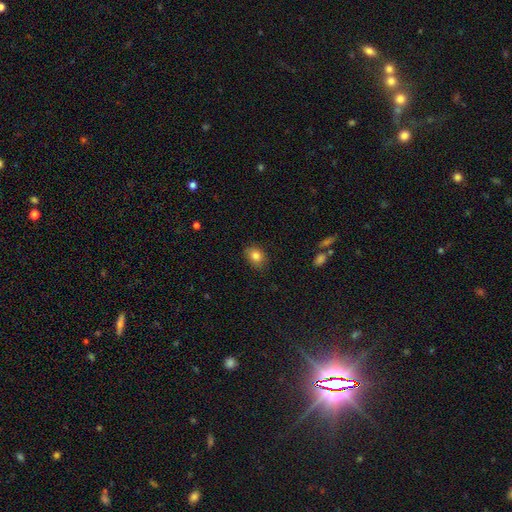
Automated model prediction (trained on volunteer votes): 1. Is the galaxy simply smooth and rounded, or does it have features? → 84% smooth, 9% star or artifact, 7% featured or disk.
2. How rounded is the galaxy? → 58% in between, 41% round, 1% cigar-shaped.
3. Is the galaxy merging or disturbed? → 82% none, 14% minor disturbance, 3% major disturbance, 1% merger.